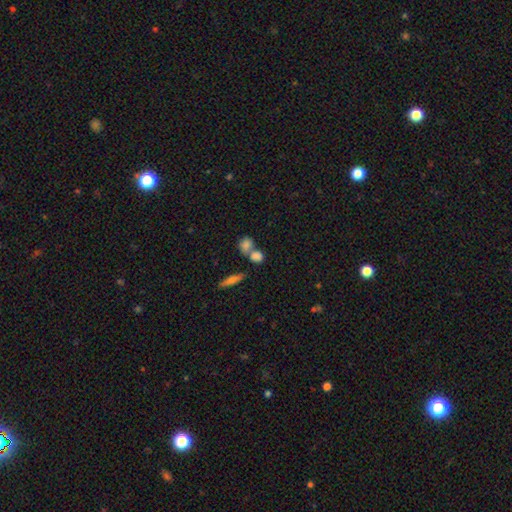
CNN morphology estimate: This is likely a smooth galaxy (80%). How rounded: possibly round (52%). Merging: marginally merger (45%).